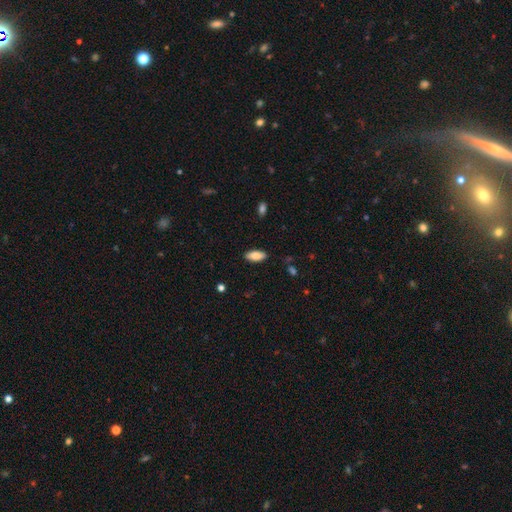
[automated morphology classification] type=smooth (83%); roundness=in between (85%); merging=none (88%).